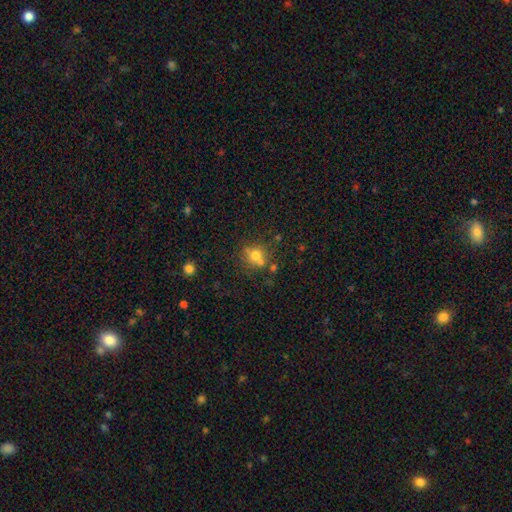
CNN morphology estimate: This is likely a smooth galaxy (68%). How rounded: clearly round (81%). Merging: likely none (60%).